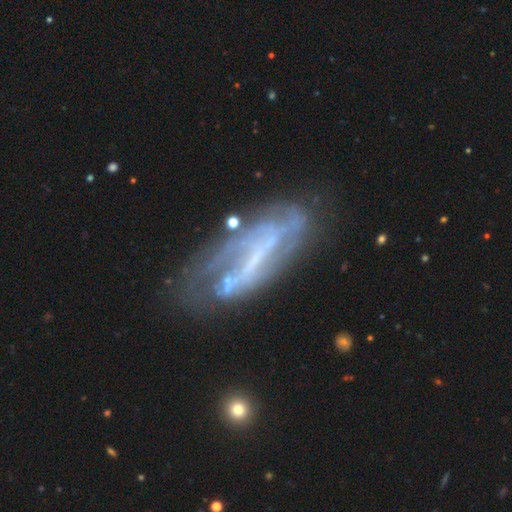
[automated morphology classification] The model was most divided on "bulge size": none: 49%, small: 35%, moderate: 12%, large: 2%, dominant: 1%. More confident: edge-on disk — no (82%); smooth or featured — featured or disk (77%); spiral arms — yes (67%); bar — strong (56%); merging — none (56%).